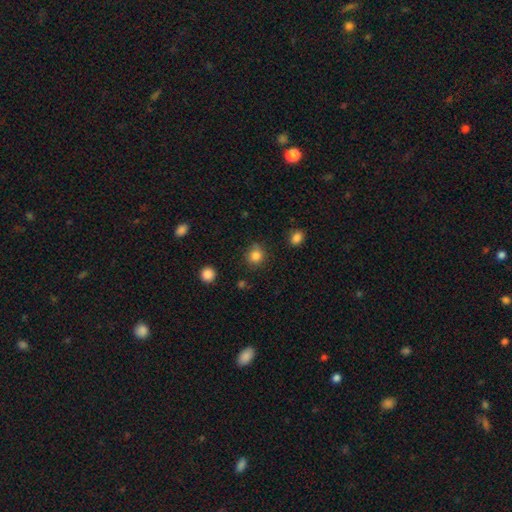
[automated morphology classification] Smooth or featured? smooth (83%)
How rounded? round (86%)
Merging? none (78%)